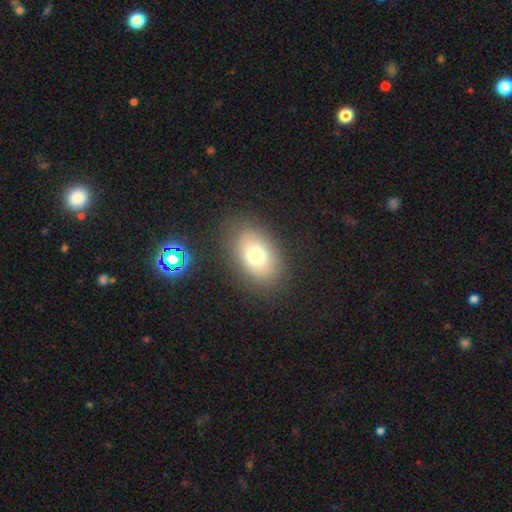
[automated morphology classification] The model was most divided on "smooth or featured": smooth: 72%, featured or disk: 15%, star or artifact: 13%. More confident: merging — none (83%); how rounded — in between (79%).